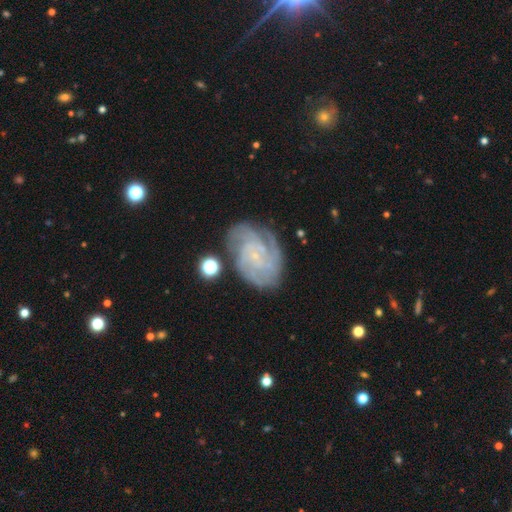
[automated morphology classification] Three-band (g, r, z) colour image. It shows a featured or disk galaxy (84%) with no bar (68%), 4 (28%) tight (66%) spiral arms (96%) and a small central bulge (82%). Merging: none (74%).